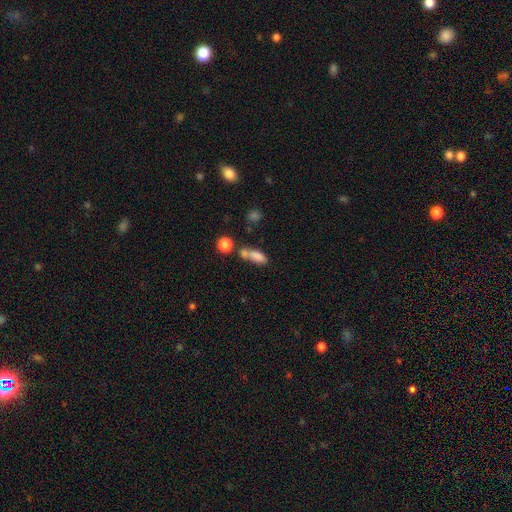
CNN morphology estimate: smooth-or-featured: smooth: 78% | star or artifact: 11% | featured or disk: 11%
  how-rounded: in between: 71% | cigar-shaped: 22% | round: 7%
  merging: none: 40% | merger: 37% | minor disturbance: 15% | major disturbance: 8%